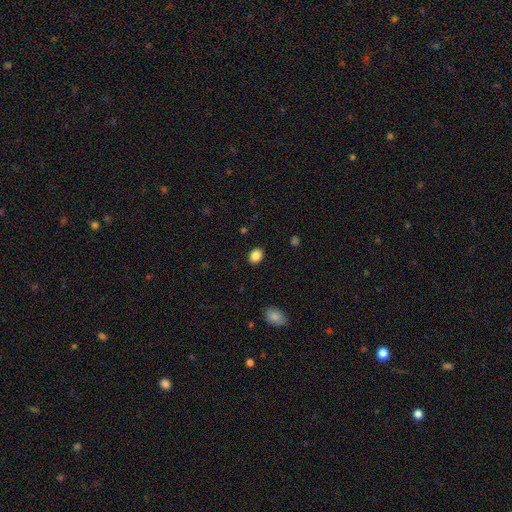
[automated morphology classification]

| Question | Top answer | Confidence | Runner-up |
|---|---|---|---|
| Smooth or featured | smooth | 86% | star or artifact (10%) |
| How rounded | in between | 50% | tied: round (50%) |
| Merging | none | 89% | minor disturbance (8%) |